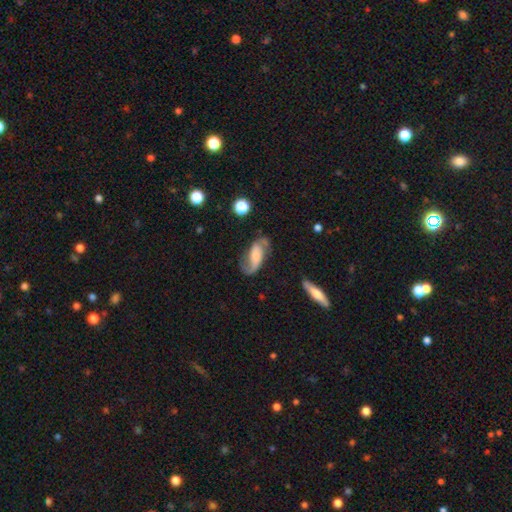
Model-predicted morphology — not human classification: Q: Smooth or featured?
A: featured or disk (75%); runner-up: smooth (18%)
Q: Edge-on disk?
A: no (94%); runner-up: yes (6%)
Q: Bar?
A: no (43%); runner-up: weak (35%)
Q: Spiral arms?
A: yes (94%); runner-up: no (6%)
Q: Spiral winding?
A: loose (49%); runner-up: medium (39%)
Q: Spiral arm count?
A: 2 (83%); runner-up: 1 (10%)
Q: Bulge size?
A: none (26%); runner-up: small (24%)
Q: Merging?
A: none (63%); runner-up: minor disturbance (20%)